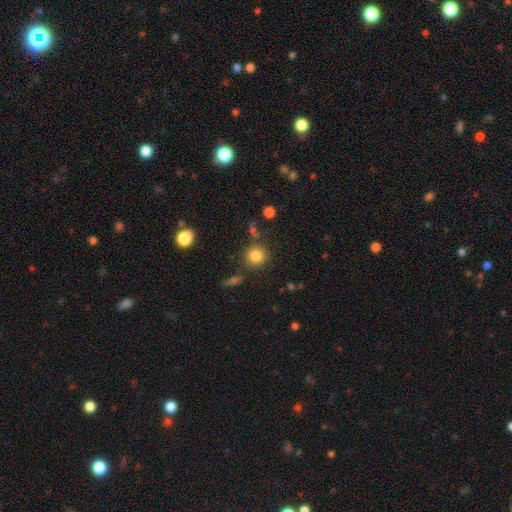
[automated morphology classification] smooth-or-featured: smooth: 82% | star or artifact: 11% | featured or disk: 7%
  how-rounded: round: 89% | in between: 10% | cigar-shaped: 1%
  merging: none: 80% | minor disturbance: 10% | merger: 7% | major disturbance: 4%